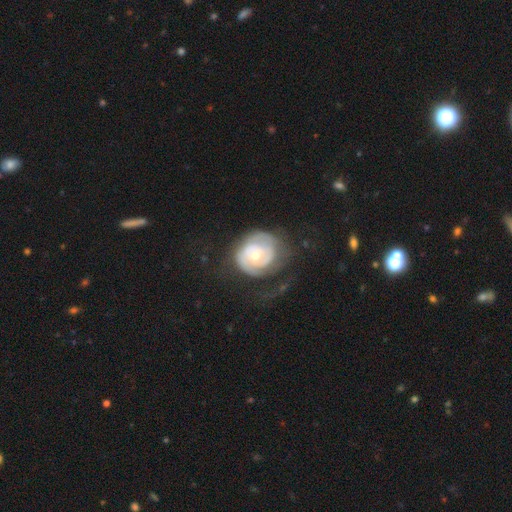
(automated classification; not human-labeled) Smooth or featured? Predicted: featured or disk (p=0.75). Edge-on disk? Predicted: no (p=0.98). Bar? Predicted: no (p=0.71). Spiral arms? Predicted: yes (p=0.82). Spiral winding? Predicted: tight (p=0.63). Spiral arm count? Predicted: 2 (p=0.39). Bulge size? Predicted: moderate (p=0.54). Merging? Predicted: none (p=0.48).